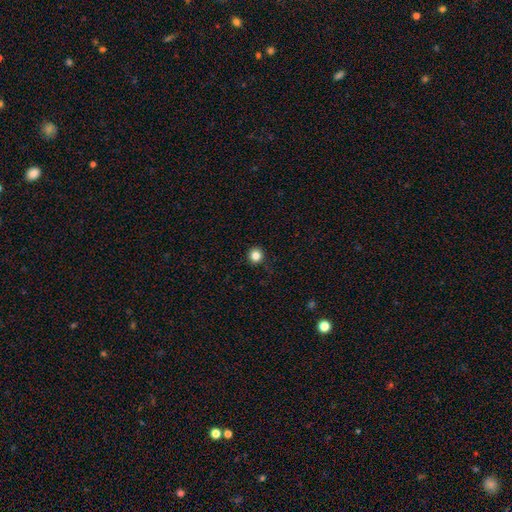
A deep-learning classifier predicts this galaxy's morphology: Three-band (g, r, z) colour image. It shows a smooth galaxy with no disk features (84%) that is round (95%). Merging: none (92%).